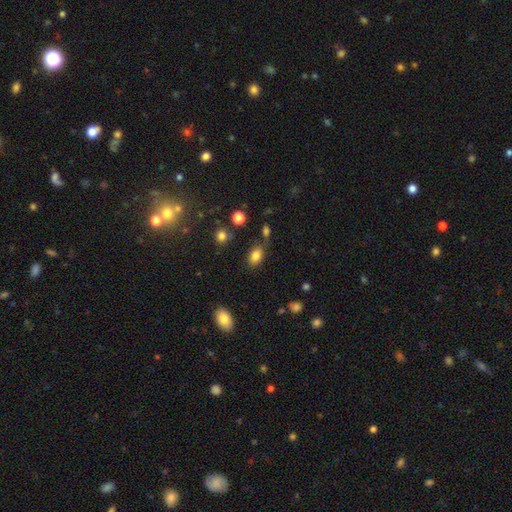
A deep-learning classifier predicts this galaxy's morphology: Smooth or featured? smooth (82%)
How rounded? in between (86%)
Merging? none (71%)